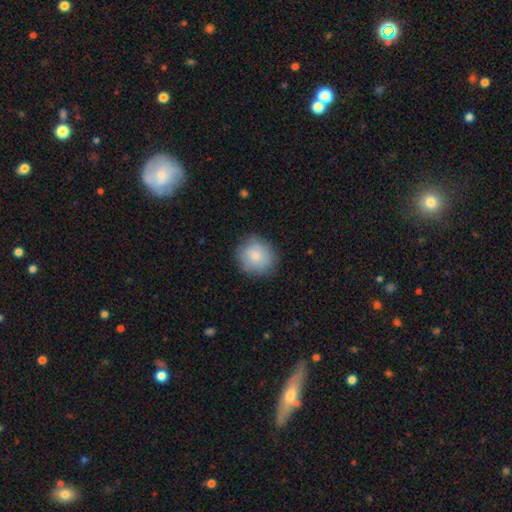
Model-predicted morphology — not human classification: Smooth or featured?
  - smooth: 79% *
  - featured or disk: 14%
  - star or artifact: 8%
How rounded?
  - round: 85% *
  - in between: 14%
  - cigar-shaped: 1%
Merging?
  - none: 80% *
  - minor disturbance: 15%
  - major disturbance: 4%
  - merger: 1%